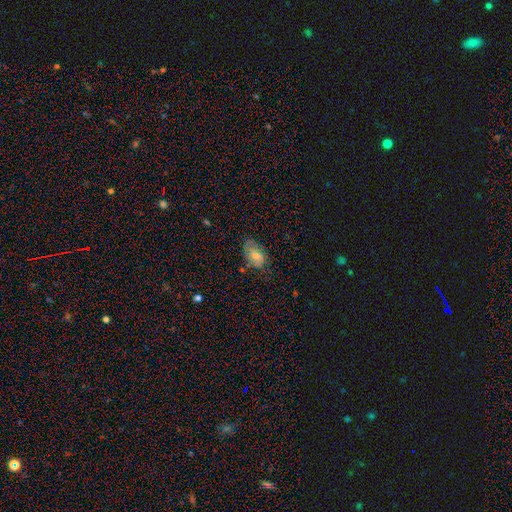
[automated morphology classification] type=smooth (60%); roundness=in between (89%); merging=none (60%).